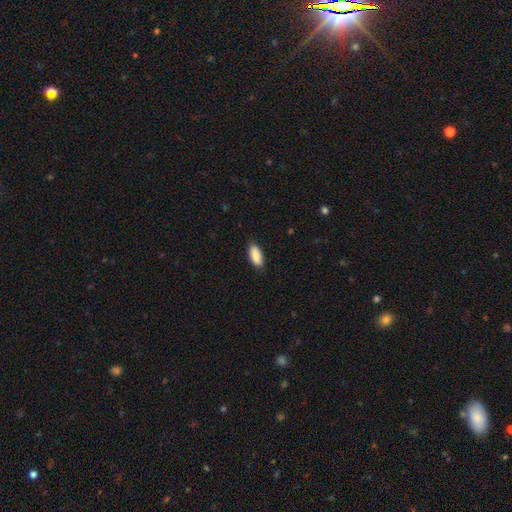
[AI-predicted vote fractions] Smooth or featured? smooth (88%)
How rounded? in between (83%)
Merging? none (84%)